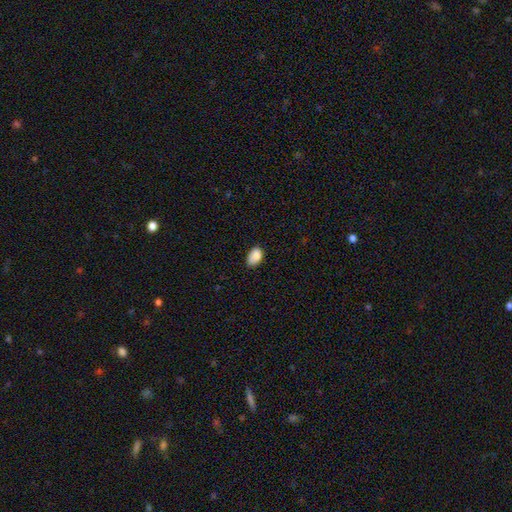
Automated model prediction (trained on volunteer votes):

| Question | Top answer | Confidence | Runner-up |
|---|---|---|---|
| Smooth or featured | smooth | 87% | star or artifact (8%) |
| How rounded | in between | 89% | round (9%) |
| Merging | none | 69% | minor disturbance (26%) |